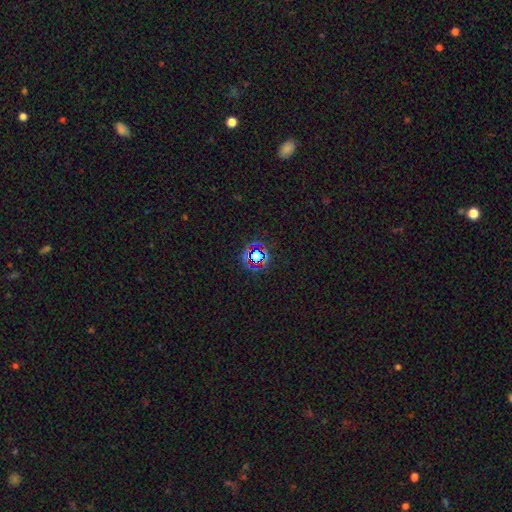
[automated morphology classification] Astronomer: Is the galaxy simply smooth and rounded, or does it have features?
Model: star or artifact — 65%.